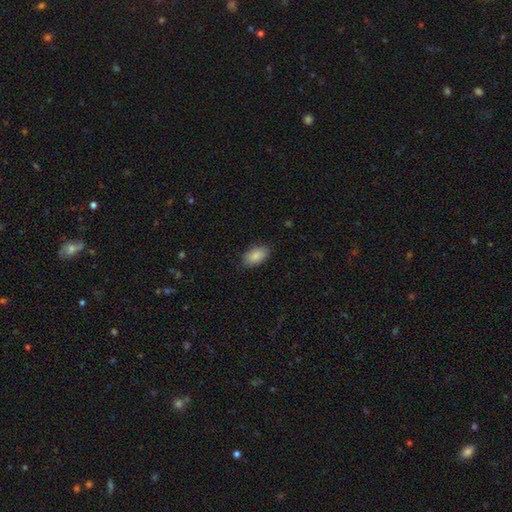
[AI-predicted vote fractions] smooth_or_featured: smooth (p=0.87) [alt: featured or disk p=0.07]
how_rounded: in between (p=0.94) [alt: round p=0.04]
merging: none (p=0.85) [alt: minor disturbance p=0.12]